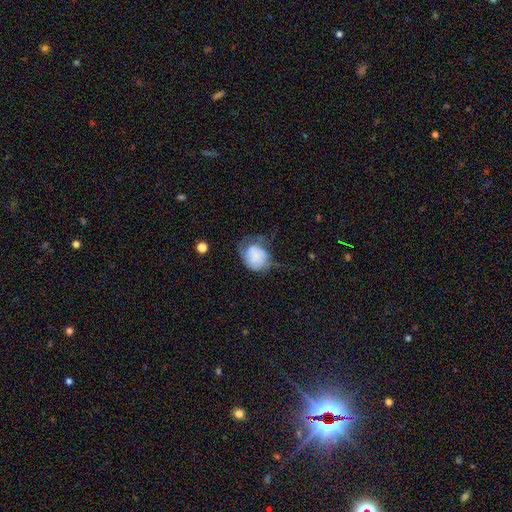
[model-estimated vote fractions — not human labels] This appears to be a smooth galaxy with no disk features (61%) that is round (63%). Merging: major disturbance (33%).